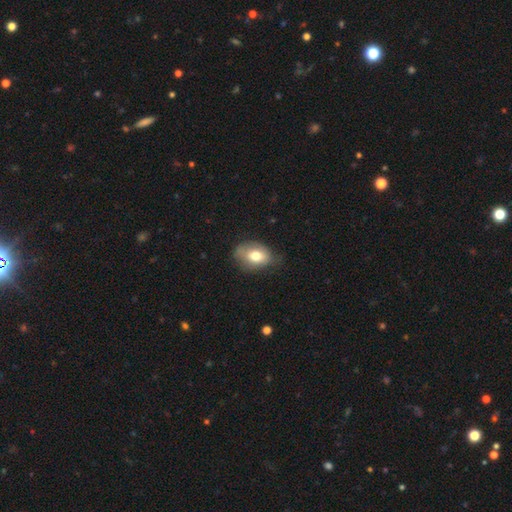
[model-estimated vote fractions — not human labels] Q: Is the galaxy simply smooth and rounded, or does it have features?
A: smooth — 72%.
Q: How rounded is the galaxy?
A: in between — 80%.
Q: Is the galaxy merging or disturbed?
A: none — 56%.